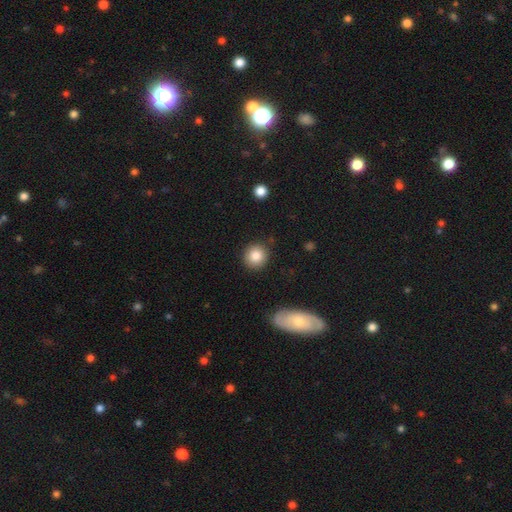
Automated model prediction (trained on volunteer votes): Overall: smooth (85%). How rounded: round (89%). Merging: none (88%).